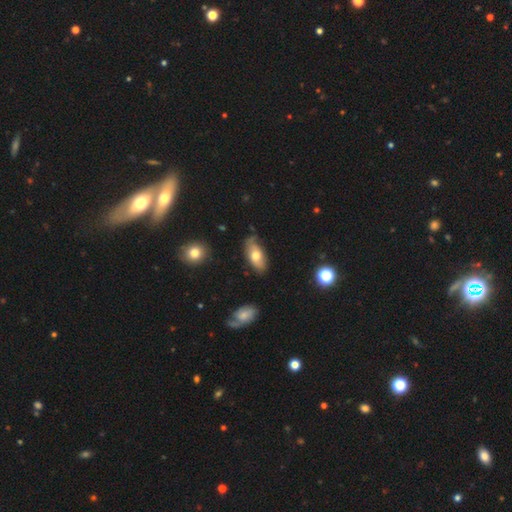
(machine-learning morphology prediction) smooth 61%, featured or disk 32%, star or artifact 7%. Down the decision tree: how rounded — in between (90%); merging — none (67%).